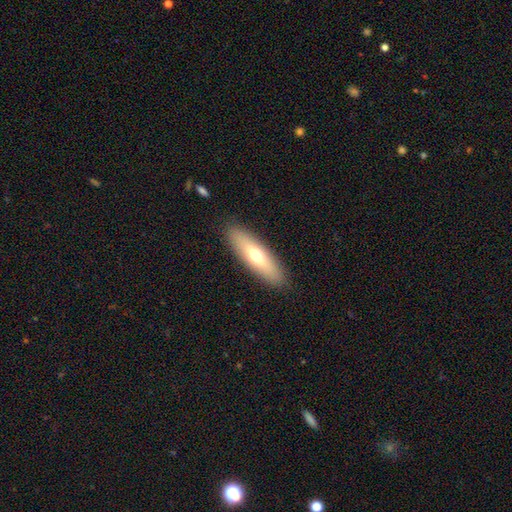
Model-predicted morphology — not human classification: A smooth galaxy with no disk features (62%) that is cigar-shaped (56%). Merging: none (89%).